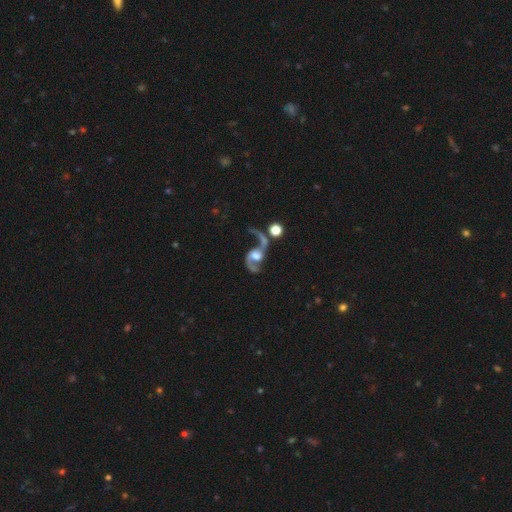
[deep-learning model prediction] This appears to be a featured or disk galaxy (87%) with no bar (50%), 2 (91%) loose (71%) spiral arms (96%) and a moderate central bulge (53%). Merging: none (44%).